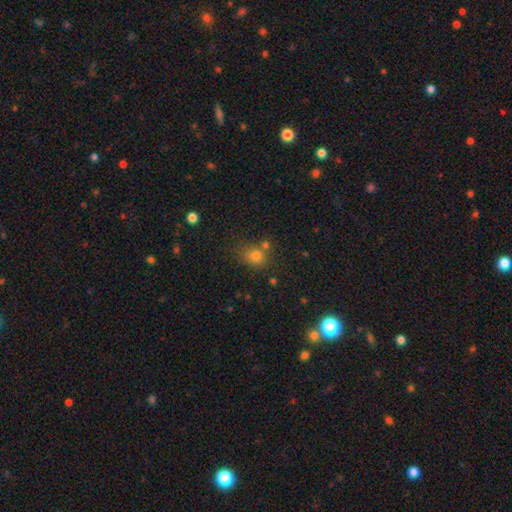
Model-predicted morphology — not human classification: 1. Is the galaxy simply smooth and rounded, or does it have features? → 73% smooth, 19% star or artifact, 8% featured or disk.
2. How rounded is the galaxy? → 66% round, 33% in between, 1% cigar-shaped.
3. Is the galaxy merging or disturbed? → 63% none, 17% merger, 15% minor disturbance, 5% major disturbance.